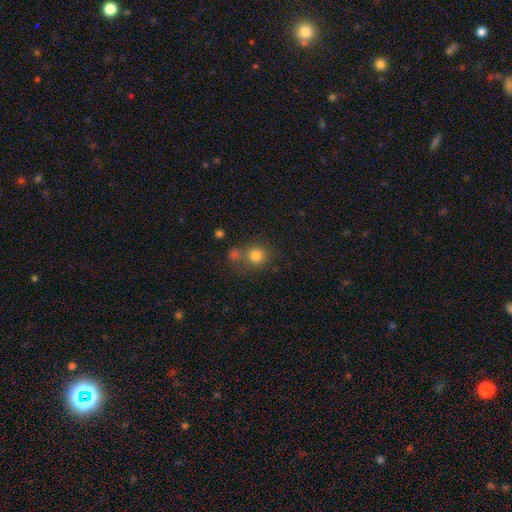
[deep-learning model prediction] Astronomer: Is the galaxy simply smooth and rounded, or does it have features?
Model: smooth — 80%.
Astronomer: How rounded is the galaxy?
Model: round — 86%.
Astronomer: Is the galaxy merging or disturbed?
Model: none — 62%.